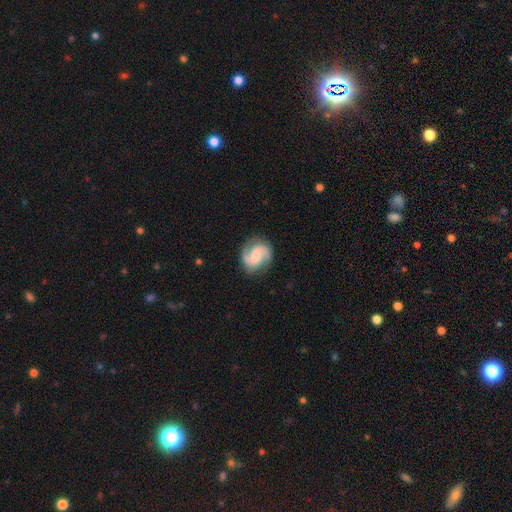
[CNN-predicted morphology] featured or disk 80%, smooth 15%, star or artifact 6%. Down the decision tree: edge-on disk — no (98%); bar — no (48%); spiral arms — yes (97%); spiral arm count — 2 (88%); spiral winding — medium (50%); bulge size — small (42%); merging — none (80%).